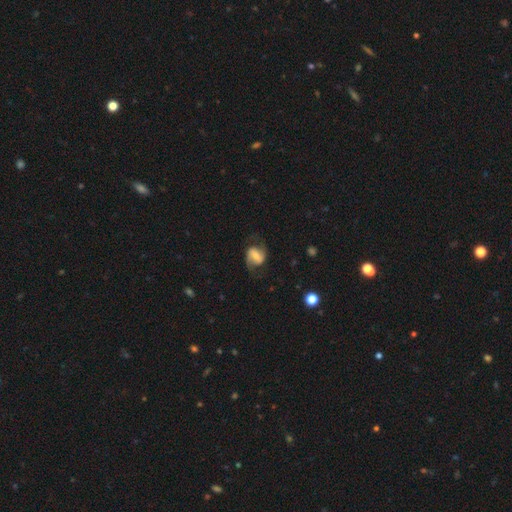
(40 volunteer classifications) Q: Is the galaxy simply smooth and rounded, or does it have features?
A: featured or disk — 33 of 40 (82%).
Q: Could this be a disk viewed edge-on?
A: no — 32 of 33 (97%).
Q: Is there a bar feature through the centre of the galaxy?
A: weak — 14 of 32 (44%).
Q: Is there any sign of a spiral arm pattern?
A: yes — 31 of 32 (97%).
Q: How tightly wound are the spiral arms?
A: loose — 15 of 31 (48%).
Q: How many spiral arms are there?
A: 2 — 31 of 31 (100%).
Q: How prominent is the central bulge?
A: moderate — 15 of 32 (47%).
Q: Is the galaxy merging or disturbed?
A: none — 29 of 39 (74%).